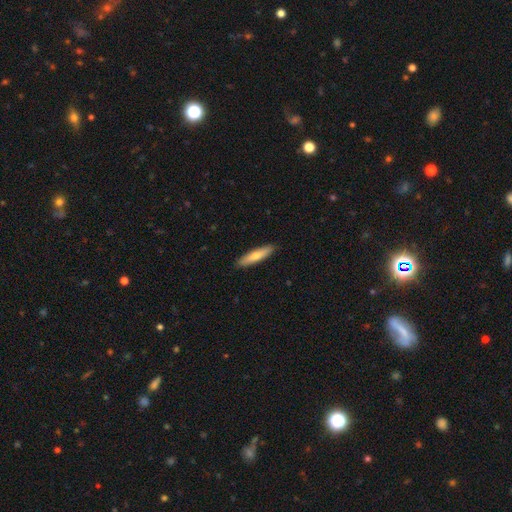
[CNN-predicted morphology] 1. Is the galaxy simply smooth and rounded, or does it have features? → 65% smooth, 30% featured or disk, 5% star or artifact.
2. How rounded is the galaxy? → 81% cigar-shaped, 18% in between, 2% round.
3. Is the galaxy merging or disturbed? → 91% none, 7% minor disturbance, 1% major disturbance, 1% merger.